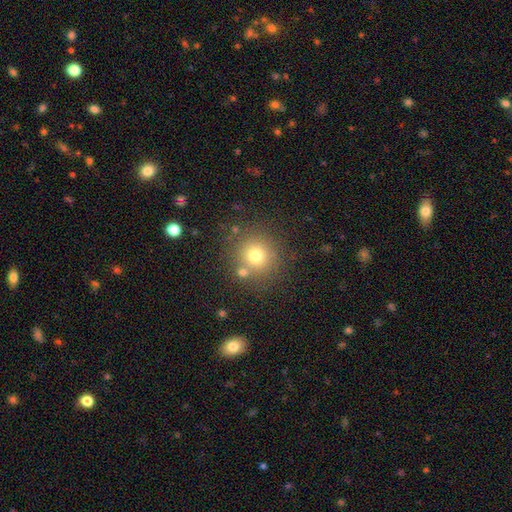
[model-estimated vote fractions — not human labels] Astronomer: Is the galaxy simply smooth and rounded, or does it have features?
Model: smooth — 74%.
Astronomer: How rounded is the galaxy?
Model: round — 93%.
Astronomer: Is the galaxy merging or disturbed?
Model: none — 78%.